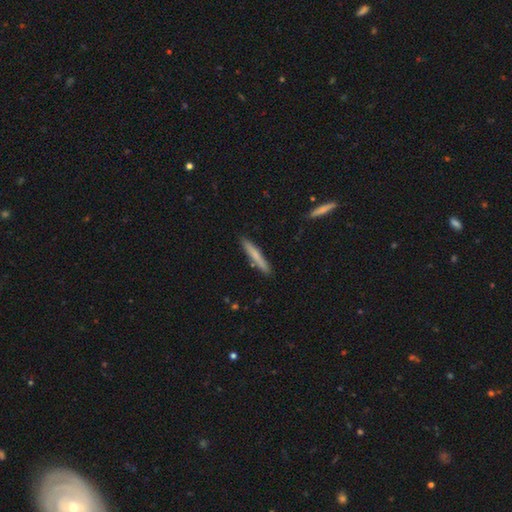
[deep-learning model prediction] Morphology: type=smooth (71%); roundness=cigar-shaped (95%); merging=none (89%).